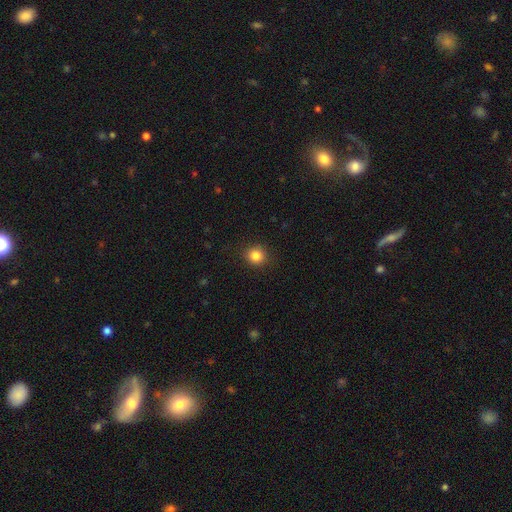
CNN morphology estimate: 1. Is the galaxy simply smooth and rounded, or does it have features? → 84% smooth, 11% star or artifact, 5% featured or disk.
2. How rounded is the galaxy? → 88% round, 11% in between, 1% cigar-shaped.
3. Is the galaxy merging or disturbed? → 90% none, 7% minor disturbance, 2% major disturbance, 1% merger.